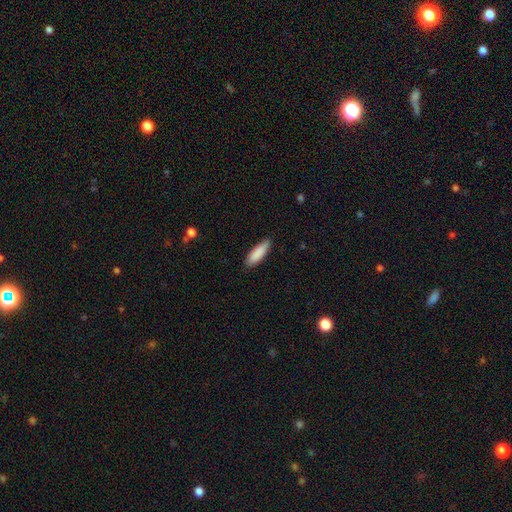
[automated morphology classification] The model was most divided on "how rounded": cigar-shaped: 57%, in between: 42%, round: 1%. More confident: smooth or featured — smooth (88%); merging — none (86%).